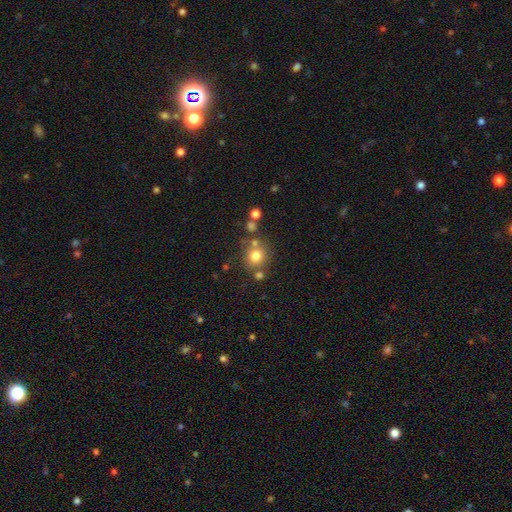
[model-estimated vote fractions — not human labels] Overall: smooth (76%). How rounded: round (86%). Merging: none (68%).